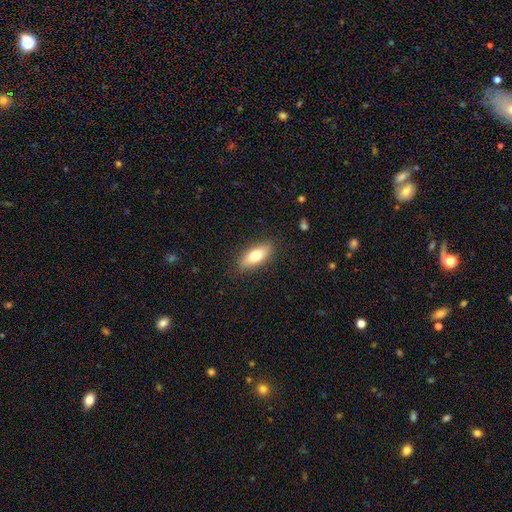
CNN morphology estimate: smooth-or-featured: smooth: 73% | featured or disk: 20% | star or artifact: 7%
  how-rounded: in between: 73% | cigar-shaped: 24% | round: 3%
  merging: none: 87% | minor disturbance: 10% | major disturbance: 2% | merger: 1%